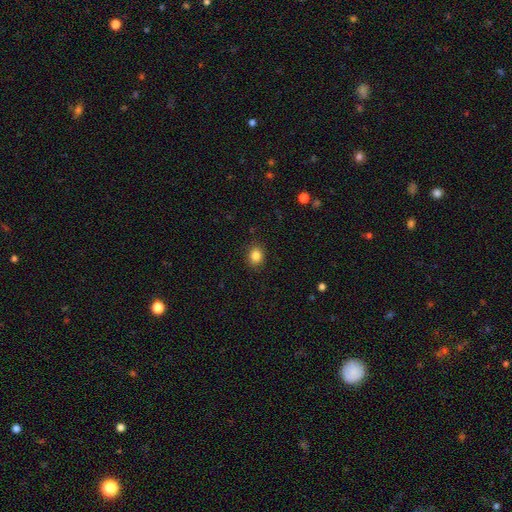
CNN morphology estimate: Smooth or featured? Predicted: smooth (p=0.84). How rounded? Predicted: round (p=0.65). Merging? Predicted: none (p=0.89).